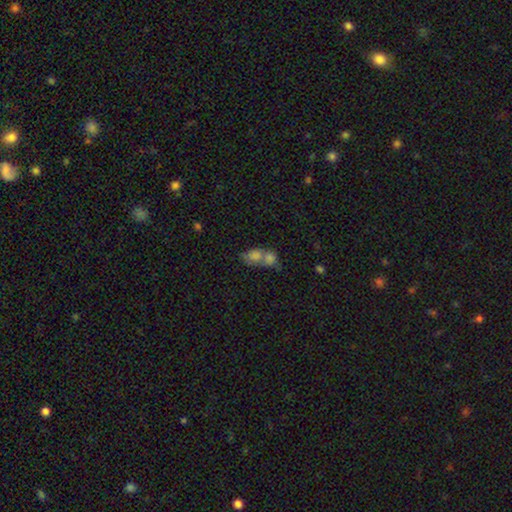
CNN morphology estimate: A smooth galaxy with no disk features (69%) that is in between round and cigar-shaped (62%).

Vote fractions:
- Smooth or featured? smooth: 69% / featured or disk: 18% / star or artifact: 13%
- How rounded? in between: 62% / round: 34% / cigar-shaped: 3%
- Merging? merger: 68% / none: 20% / minor disturbance: 7% / major disturbance: 5%